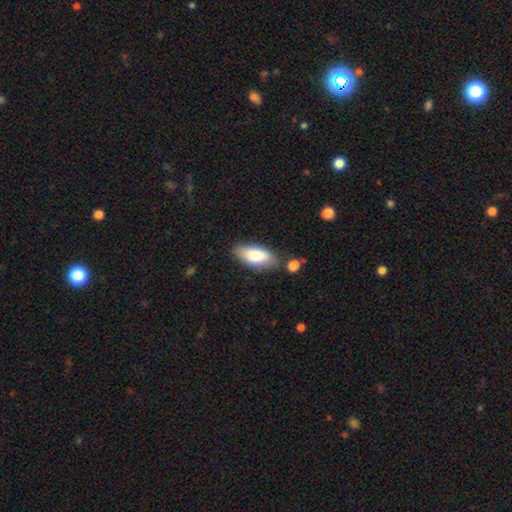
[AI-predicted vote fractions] Overall: smooth (83%). How rounded: in between (85%). Merging: none (72%).